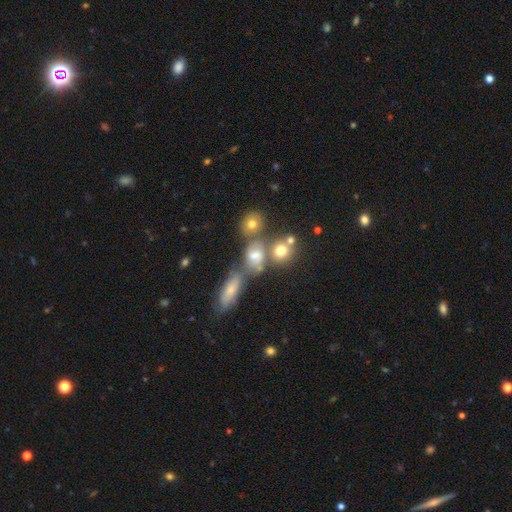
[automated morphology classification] Smooth or featured? Predicted: smooth (p=0.61). How rounded? Predicted: round (p=0.57). Merging? Predicted: none (p=0.46).